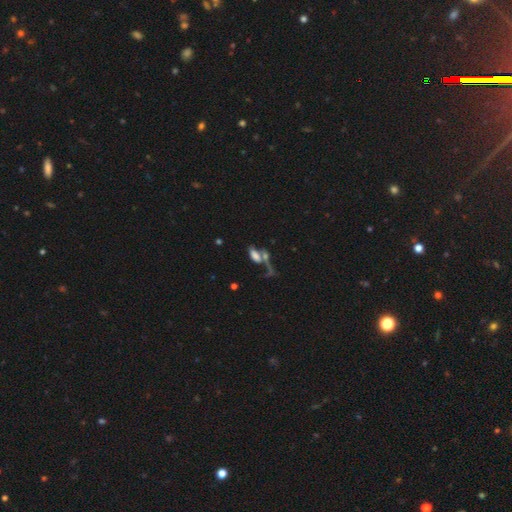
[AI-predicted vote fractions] smooth 62%, featured or disk 24%, star or artifact 14%. Down the decision tree: how rounded — in between (80%); merging — merger (47%).